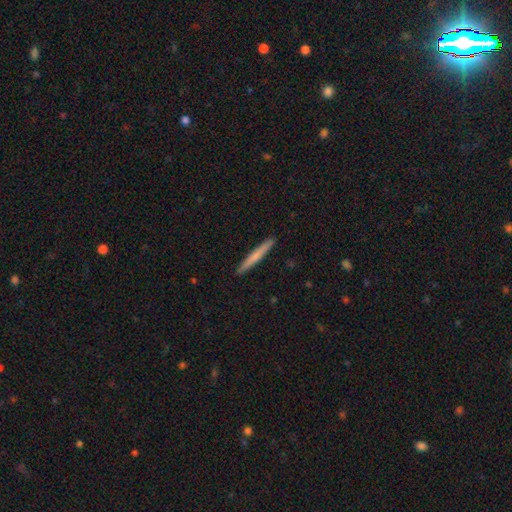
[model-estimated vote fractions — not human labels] The model was most divided on "smooth or featured": smooth: 64%, featured or disk: 31%, star or artifact: 5%. More confident: how rounded — cigar-shaped (97%); merging — none (92%).